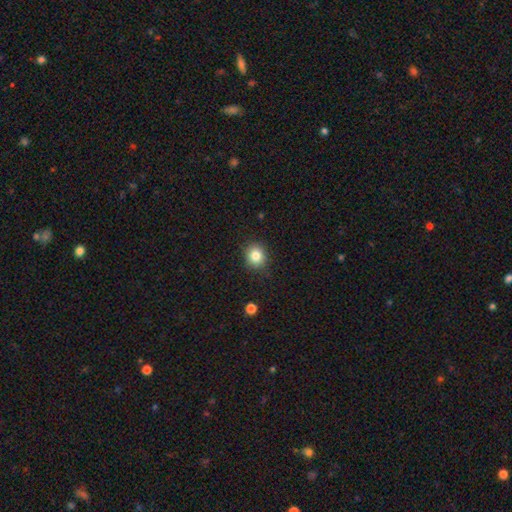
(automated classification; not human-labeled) The model was most divided on "how rounded": round: 81%, in between: 18%, cigar-shaped: 1%. More confident: merging — none (87%); smooth or featured — smooth (84%).